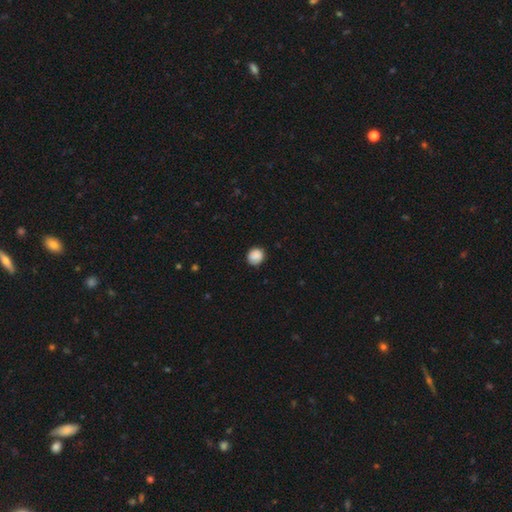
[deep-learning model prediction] Smooth or featured? smooth (86%)
How rounded? round (82%)
Merging? none (83%)